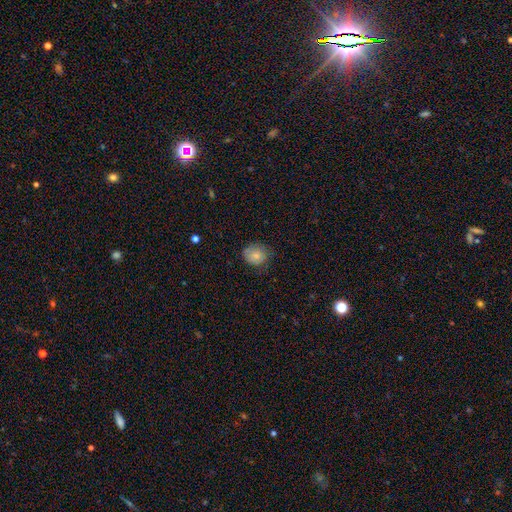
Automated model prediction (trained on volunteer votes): A smooth galaxy with no disk features (77%) that is round (67%).

Vote fractions:
- Smooth or featured? smooth: 77% / featured or disk: 14% / star or artifact: 8%
- How rounded? round: 67% / in between: 32% / cigar-shaped: 1%
- Merging? none: 64% / minor disturbance: 27% / major disturbance: 8% / merger: 1%